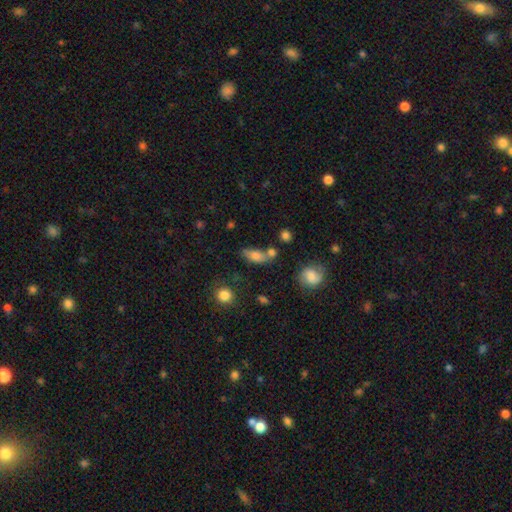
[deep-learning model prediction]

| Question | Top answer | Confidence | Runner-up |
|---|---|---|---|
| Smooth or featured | smooth | 71% | featured or disk (19%) |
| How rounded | in between | 76% | cigar-shaped (16%) |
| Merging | none | 51% | merger (23%) |